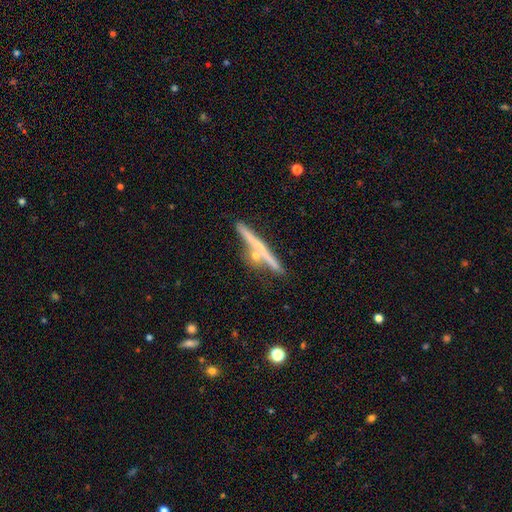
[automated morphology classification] A featured or disk galaxy (50%).

Vote fractions:
- Smooth or featured? featured or disk: 50% / smooth: 42% / star or artifact: 8%
- Merging? none: 64% / merger: 21% / minor disturbance: 11% / major disturbance: 4%